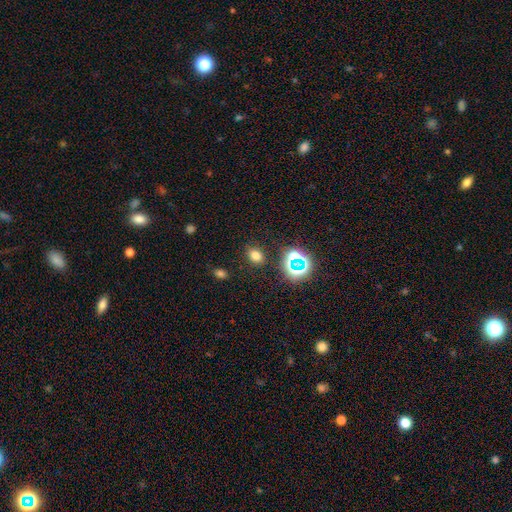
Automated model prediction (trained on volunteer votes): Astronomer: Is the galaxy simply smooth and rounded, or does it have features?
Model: smooth — 71%.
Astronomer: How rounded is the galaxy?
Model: in between — 60% (runner-up: round, 38%).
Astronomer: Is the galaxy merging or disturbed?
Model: none — 85%.